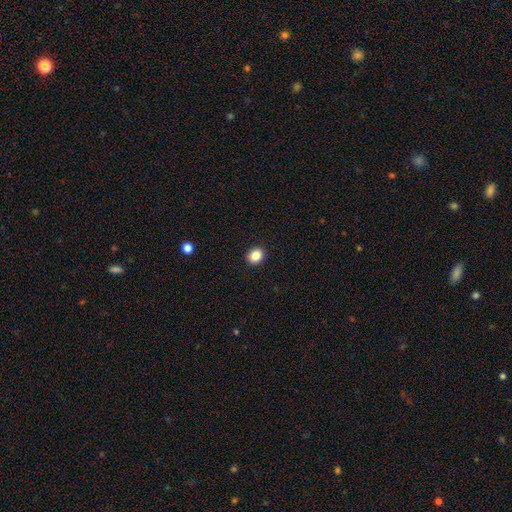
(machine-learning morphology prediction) smooth-or-featured: smooth: 85% | star or artifact: 10% | featured or disk: 5%
  how-rounded: round: 73% | in between: 26% | cigar-shaped: 1%
  merging: none: 92% | minor disturbance: 5% | major disturbance: 2% | merger: 1%